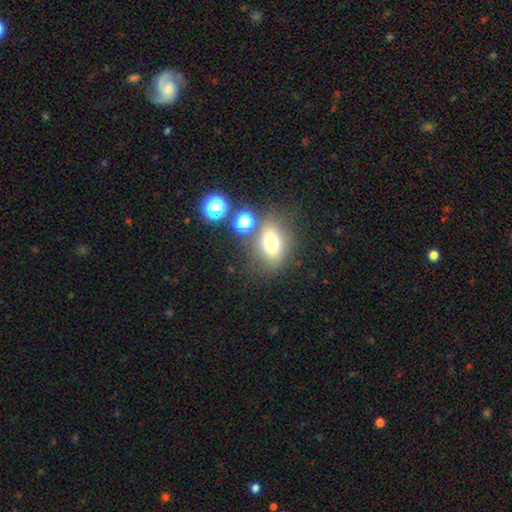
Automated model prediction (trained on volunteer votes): Smooth or featured? smooth (61%)
How rounded? in between (73%)
Merging? none (62%)